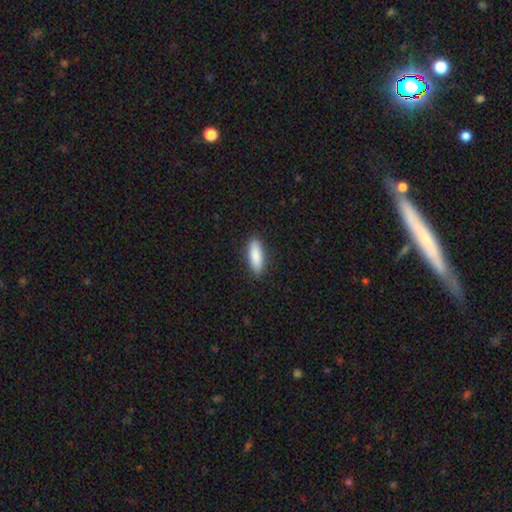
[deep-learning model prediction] smooth 88%, featured or disk 7%, star or artifact 6%. Down the decision tree: how rounded — in between (56%); merging — none (90%).